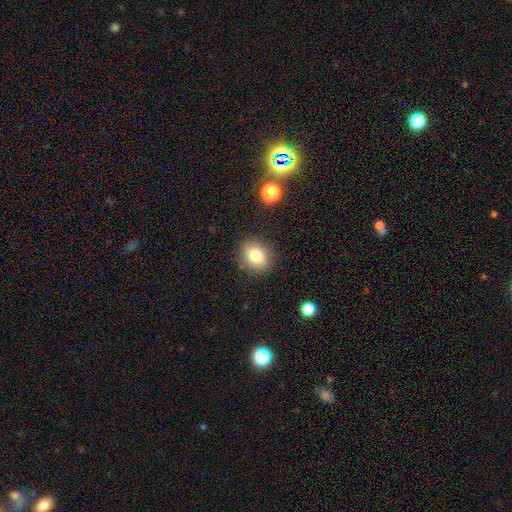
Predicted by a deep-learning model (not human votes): The model was most divided on "how rounded": round: 61%, in between: 38%, cigar-shaped: 1%. More confident: merging — none (86%); smooth or featured — smooth (80%).